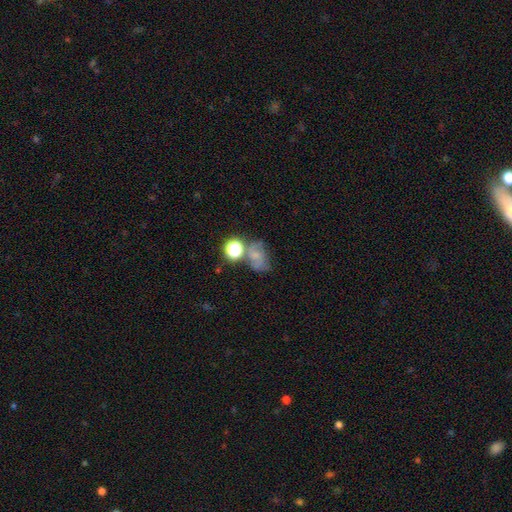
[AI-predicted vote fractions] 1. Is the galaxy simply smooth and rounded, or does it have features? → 52% smooth, 28% featured or disk, 20% star or artifact.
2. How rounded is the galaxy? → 57% in between, 41% round, 2% cigar-shaped.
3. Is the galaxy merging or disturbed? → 36% none, 26% merger, 20% minor disturbance, 18% major disturbance.